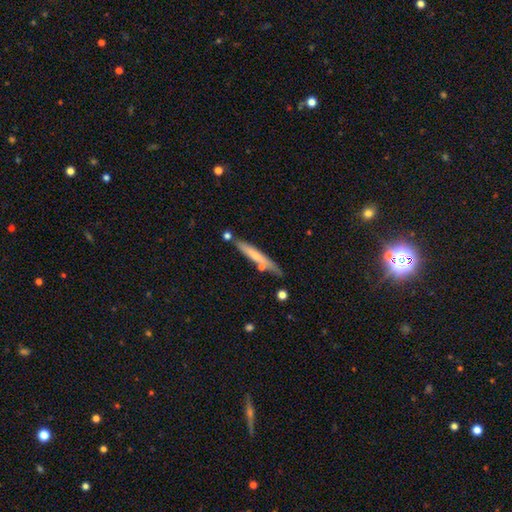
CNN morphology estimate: type=smooth (59%); roundness=cigar-shaped (93%); merging=none (73%).